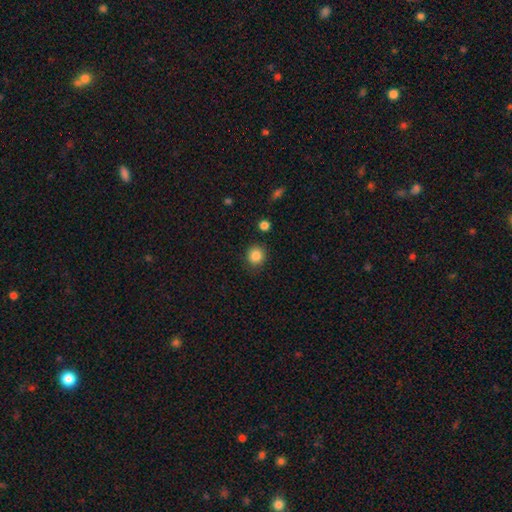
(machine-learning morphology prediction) Overall: smooth (86%). How rounded: round (90%). Merging: none (87%).